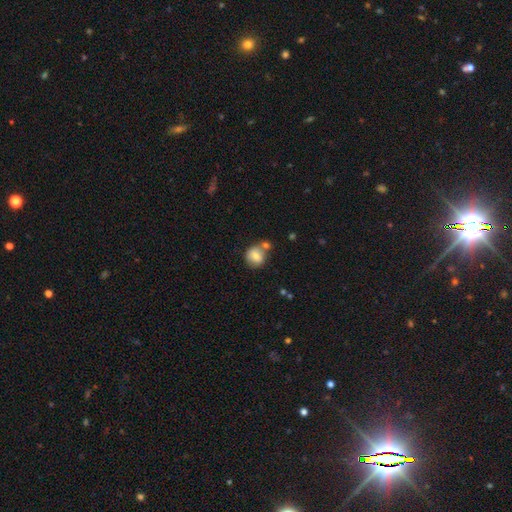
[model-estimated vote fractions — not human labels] Morphology: type=smooth (76%); roundness=round (76%); merging=none (54%).